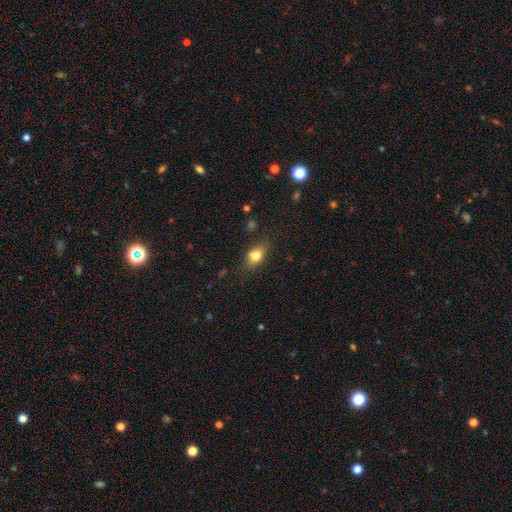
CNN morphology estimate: Smooth or featured: smooth — 79% (featured or disk — 12%)
How rounded: in between — 76% (round — 20%)
Merging: none — 76% (minor disturbance — 17%)